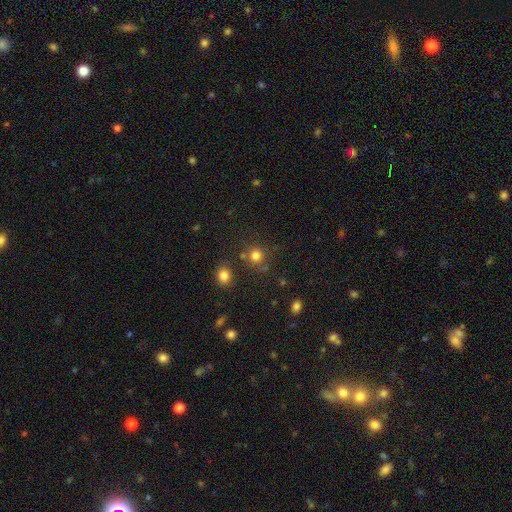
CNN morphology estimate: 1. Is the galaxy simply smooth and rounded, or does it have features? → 78% smooth, 15% star or artifact, 6% featured or disk.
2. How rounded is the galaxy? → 88% round, 11% in between, 1% cigar-shaped.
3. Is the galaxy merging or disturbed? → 74% none, 12% merger, 10% minor disturbance, 4% major disturbance.